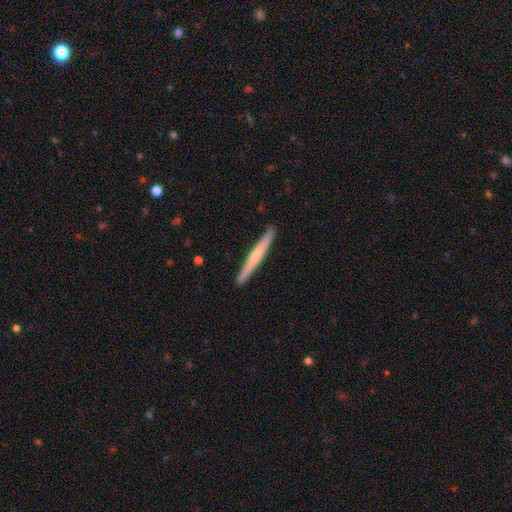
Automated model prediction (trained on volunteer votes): smooth-or-featured: smooth: 49% | featured or disk: 46% | star or artifact: 5%
  merging: none: 91% | minor disturbance: 6% | major disturbance: 1% | merger: 1%